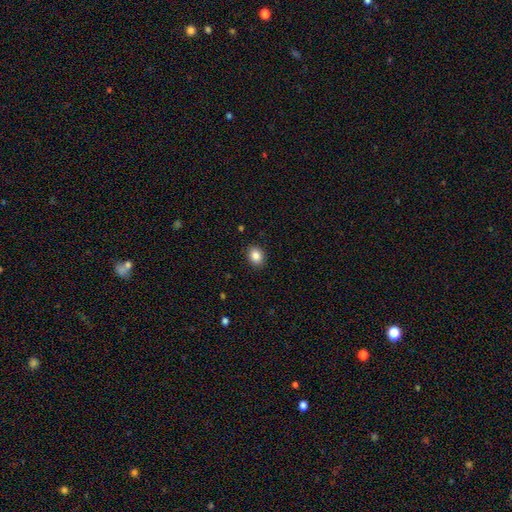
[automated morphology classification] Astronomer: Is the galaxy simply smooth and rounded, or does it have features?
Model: smooth — 86%.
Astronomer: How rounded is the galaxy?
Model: in between — 60% (runner-up: round, 39%).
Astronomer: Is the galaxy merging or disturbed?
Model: none — 89%.